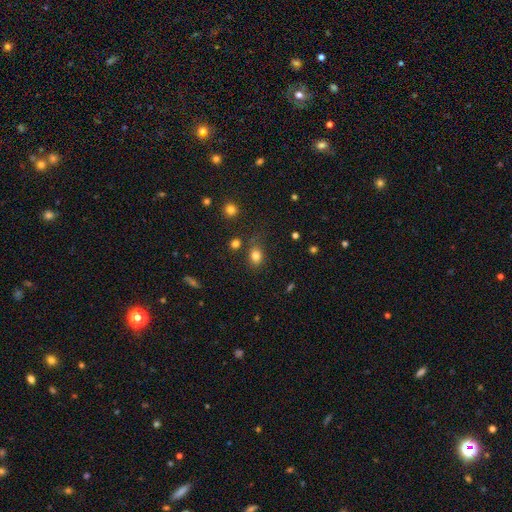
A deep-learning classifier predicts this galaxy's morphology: A smooth galaxy with no disk features (80%) that is in between round and cigar-shaped (55%). Merging: none (71%).